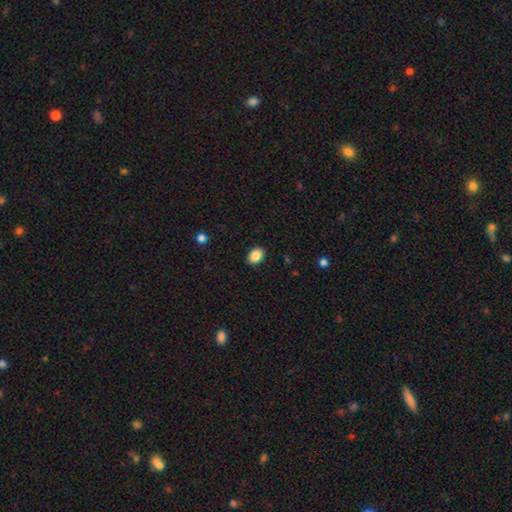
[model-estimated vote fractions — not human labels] Smooth or featured?
  - smooth: 88% *
  - star or artifact: 8%
  - featured or disk: 4%
How rounded?
  - in between: 71% *
  - round: 28%
  - cigar-shaped: 1%
Merging?
  - none: 90% *
  - minor disturbance: 7%
  - major disturbance: 2%
  - merger: 1%